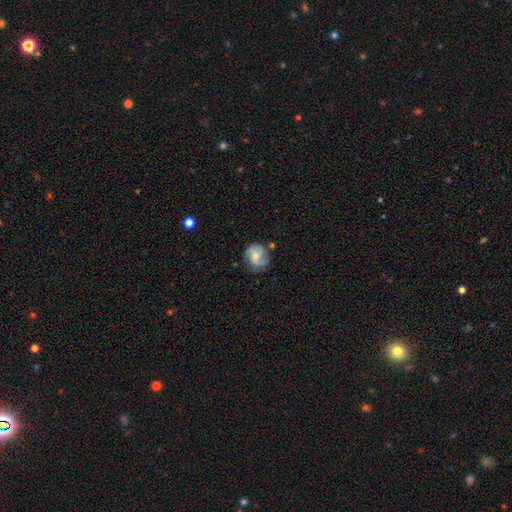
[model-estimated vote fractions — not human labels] Smooth or featured? featured or disk (62%)
Edge-on disk? no (98%)
Bar? no (55%)
Spiral arms? yes (89%)
Spiral winding? medium (46%)
Spiral arm count? 2 (53%)
Bulge size? small (48%)
Merging? none (66%)